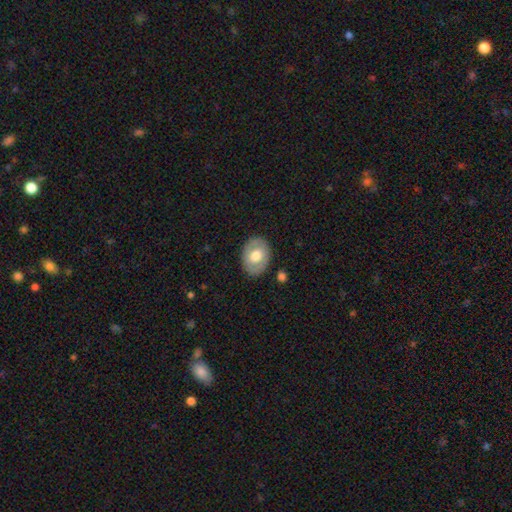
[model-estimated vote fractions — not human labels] A smooth galaxy with no disk features (57%) that is in between round and cigar-shaped (72%). Merging: none (84%).